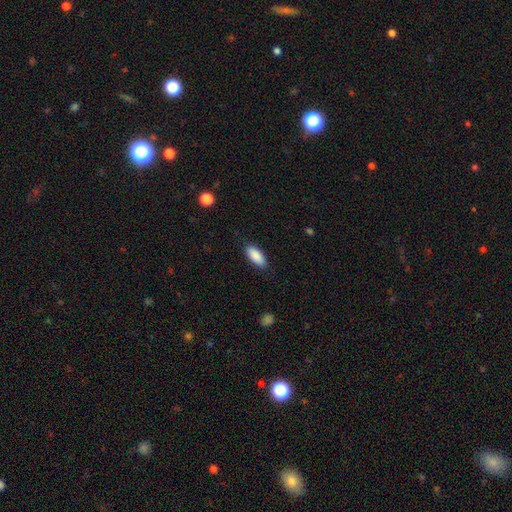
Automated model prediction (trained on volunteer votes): Smooth or featured?
  - smooth: 89% *
  - star or artifact: 6%
  - featured or disk: 5%
How rounded?
  - in between: 82% *
  - cigar-shaped: 17%
  - round: 2%
Merging?
  - none: 87% *
  - minor disturbance: 10%
  - major disturbance: 2%
  - merger: 1%